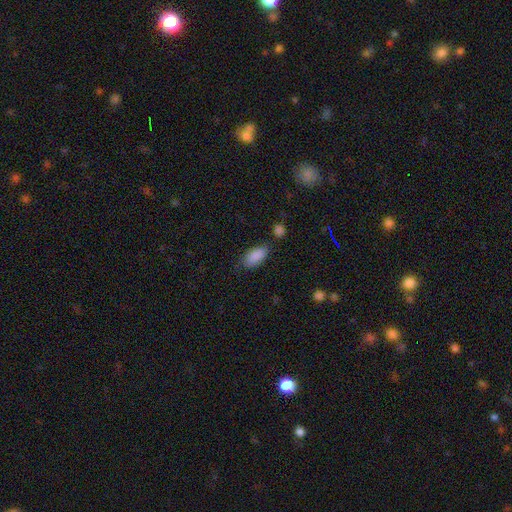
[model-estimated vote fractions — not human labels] smooth_or_featured: smooth (p=0.88) [alt: star or artifact p=0.07]
how_rounded: in between (p=0.91) [alt: cigar-shaped p=0.06]
merging: none (p=0.72) [alt: minor disturbance p=0.19]